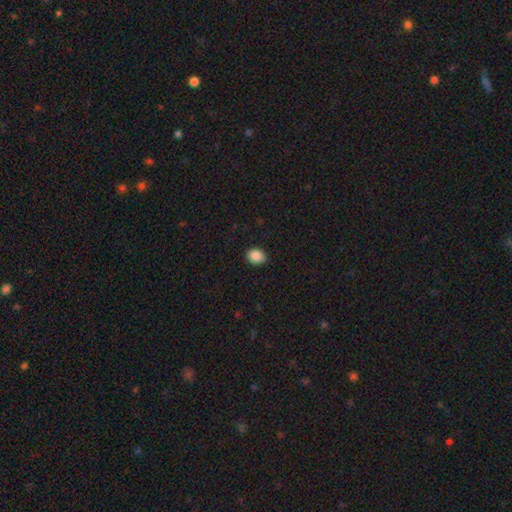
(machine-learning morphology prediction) smooth 88%, star or artifact 9%, featured or disk 4%. Down the decision tree: how rounded — round (51%); merging — none (87%).